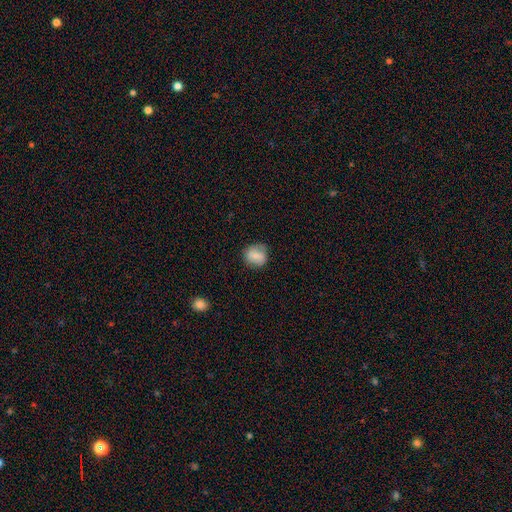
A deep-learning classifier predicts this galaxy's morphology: Smooth or featured?
  - smooth: 77% *
  - featured or disk: 15%
  - star or artifact: 8%
How rounded?
  - round: 74% *
  - in between: 25%
  - cigar-shaped: 1%
Merging?
  - none: 73% *
  - minor disturbance: 20%
  - major disturbance: 5%
  - merger: 2%